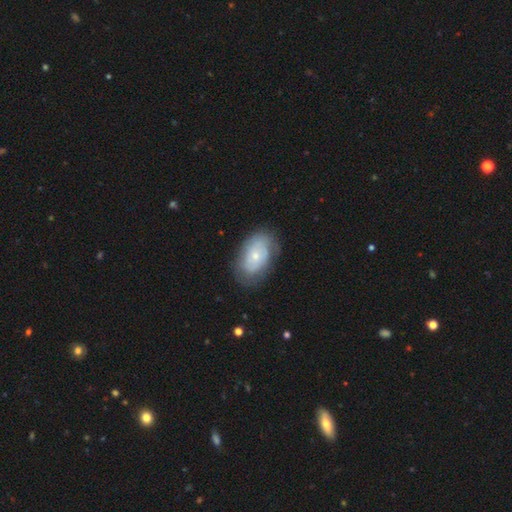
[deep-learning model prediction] The model was most divided on "smooth or featured": featured or disk: 52%, smooth: 41%, star or artifact: 7%. More confident: edge-on disk — no (95%); merging — none (71%).